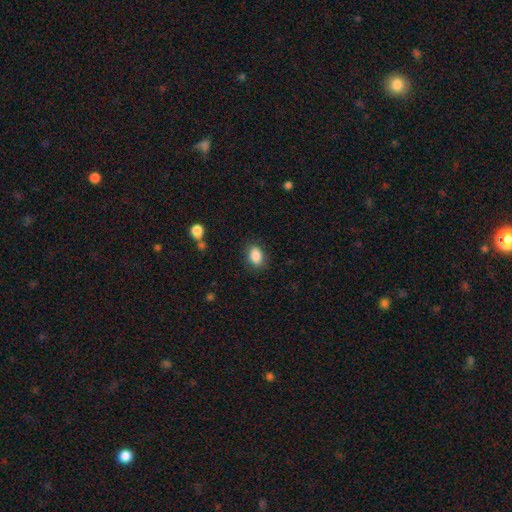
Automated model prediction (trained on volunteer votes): A smooth galaxy with no disk features (87%) that is in between round and cigar-shaped (83%).

Vote fractions:
- Smooth or featured? smooth: 87% / star or artifact: 8% / featured or disk: 5%
- How rounded? in between: 83% / round: 15% / cigar-shaped: 2%
- Merging? none: 84% / minor disturbance: 11% / major disturbance: 3% / merger: 1%